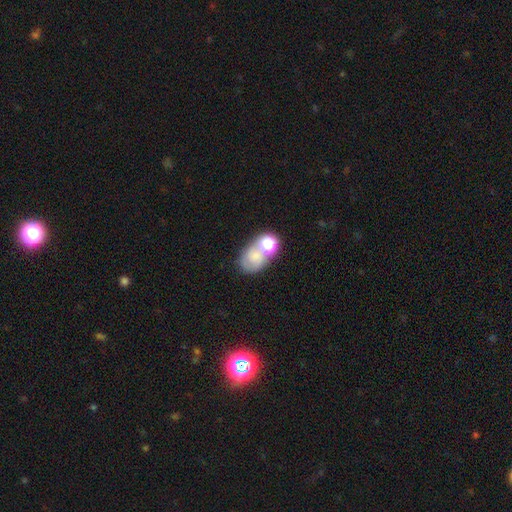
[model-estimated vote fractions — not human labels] Overall: smooth (61%; featured or disk 24%). How rounded: in between (66%; round 33%). Merging: merger (43%; none 34%).